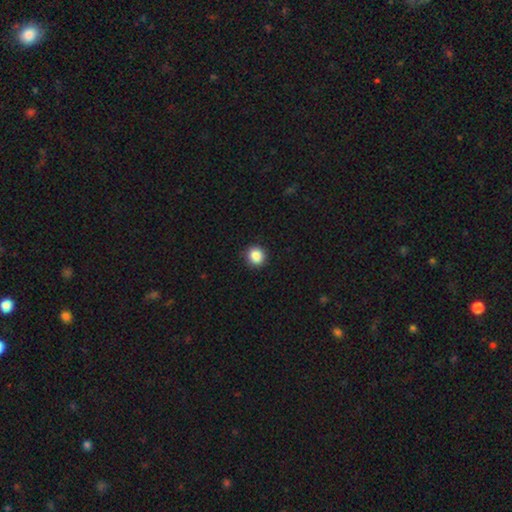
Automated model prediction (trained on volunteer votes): Overall: smooth (87%). How rounded: round (88%). Merging: none (91%).